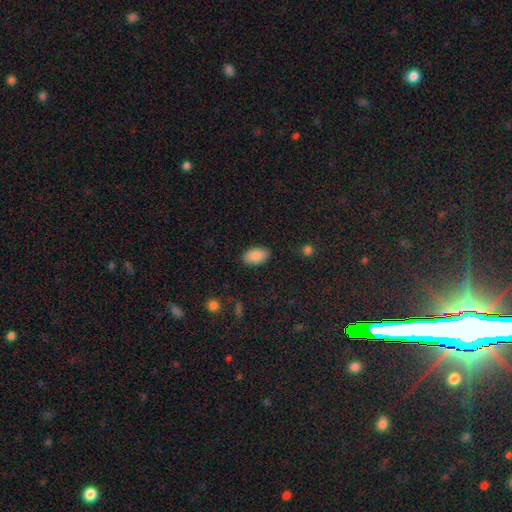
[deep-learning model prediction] smooth 88%, star or artifact 7%, featured or disk 5%. Down the decision tree: how rounded — in between (93%); merging — none (87%).